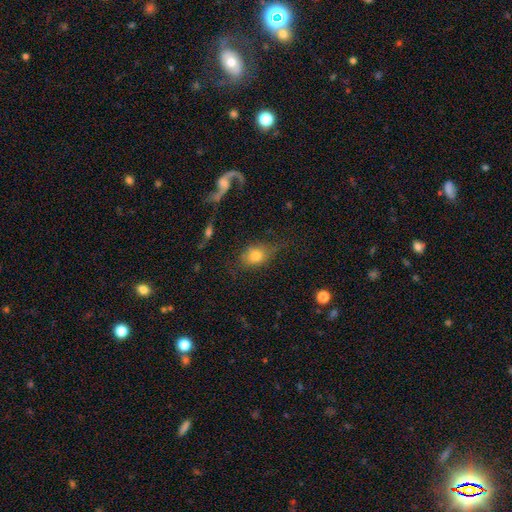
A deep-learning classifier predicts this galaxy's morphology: A smooth galaxy with no disk features (73%) that is in between round and cigar-shaped (65%).

Vote fractions:
- Smooth or featured? smooth: 73% / featured or disk: 16% / star or artifact: 11%
- How rounded? in between: 65% / round: 32% / cigar-shaped: 3%
- Merging? none: 60% / minor disturbance: 24% / major disturbance: 12% / merger: 4%